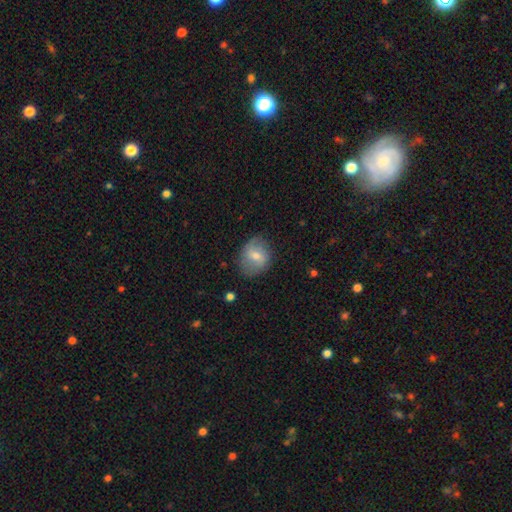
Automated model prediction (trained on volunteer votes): Morphology: type=smooth (55%); roundness=round (56%); merging=none (75%).